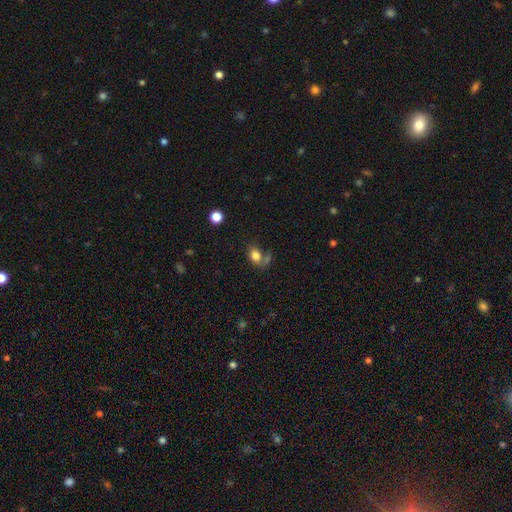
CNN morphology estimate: smooth_or_featured: smooth (p=0.80) [alt: star or artifact p=0.11]
how_rounded: in between (p=0.73) [alt: round p=0.25]
merging: none (p=0.46) [alt: merger p=0.25]